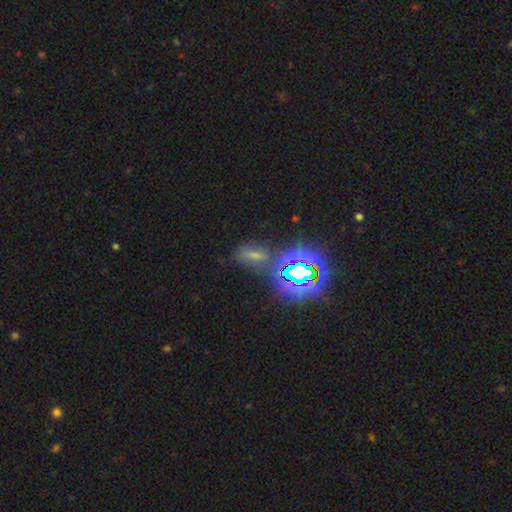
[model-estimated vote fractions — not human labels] This is likely a star or artifact rather than a galaxy (72%).